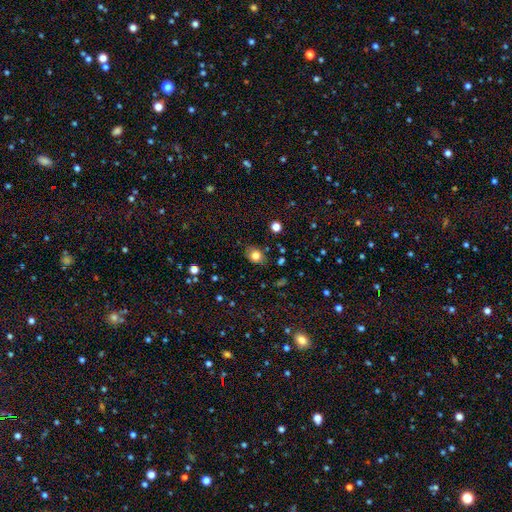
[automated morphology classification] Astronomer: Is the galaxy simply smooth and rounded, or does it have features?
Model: smooth — 80%.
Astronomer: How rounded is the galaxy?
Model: in between — 50% (runner-up: round, 49%).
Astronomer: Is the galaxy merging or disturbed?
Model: none — 78%.